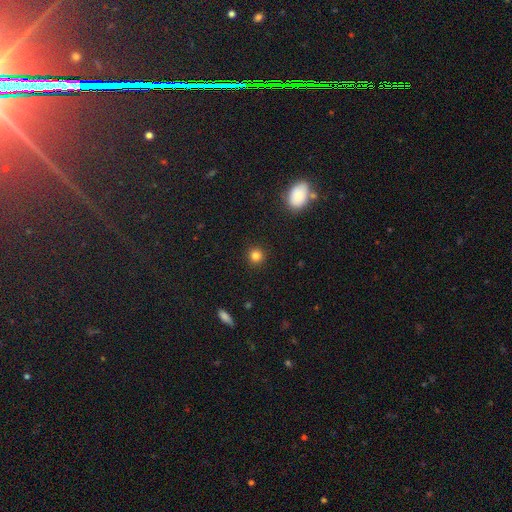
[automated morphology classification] smooth_or_featured: smooth (p=0.82) [alt: star or artifact p=0.13]
how_rounded: round (p=0.92) [alt: in between p=0.07]
merging: none (p=0.91) [alt: minor disturbance p=0.06]